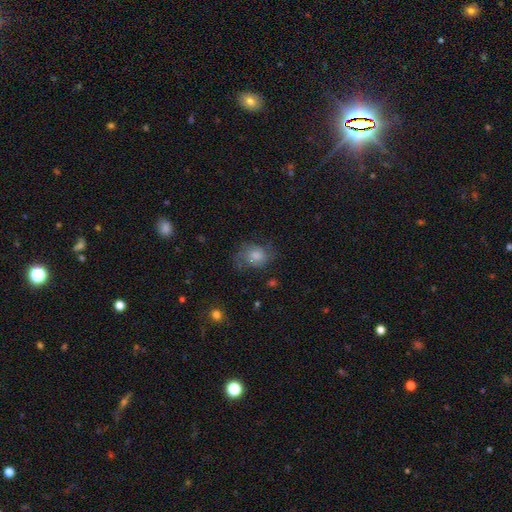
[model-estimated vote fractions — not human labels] Q: Smooth or featured?
A: smooth (65%); runner-up: featured or disk (25%)
Q: How rounded?
A: round (50%); runner-up: in between (49%)
Q: Merging?
A: none (51%); runner-up: minor disturbance (27%)